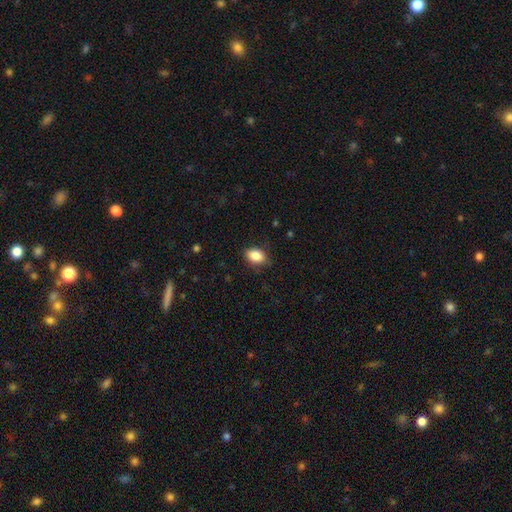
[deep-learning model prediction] A smooth galaxy with no disk features (87%) that is in between round and cigar-shaped (85%).

Vote fractions:
- Smooth or featured? smooth: 87% / star or artifact: 8% / featured or disk: 5%
- How rounded? in between: 85% / round: 13% / cigar-shaped: 2%
- Merging? none: 81% / minor disturbance: 15% / major disturbance: 3% / merger: 1%